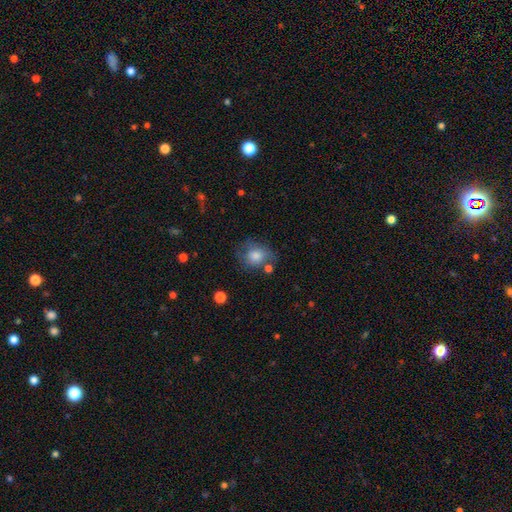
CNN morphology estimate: This is likely a smooth galaxy (71%). How rounded: possibly round (59%). Merging: possibly none (56%).